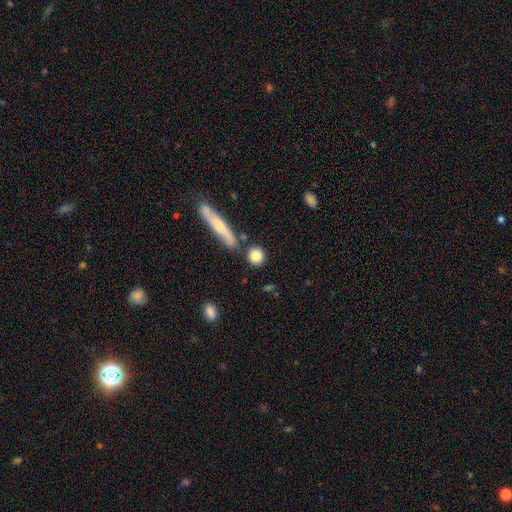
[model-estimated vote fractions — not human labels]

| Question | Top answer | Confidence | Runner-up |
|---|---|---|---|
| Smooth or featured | smooth | 83% | featured or disk (10%) |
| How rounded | round | 81% | in between (14%) |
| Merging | none | 78% | merger (10%) |